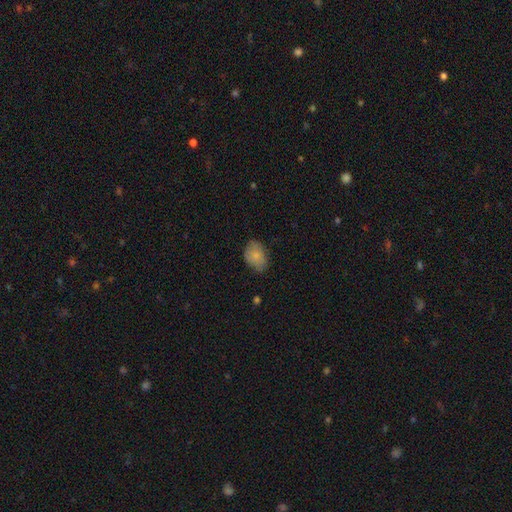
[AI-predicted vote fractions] This is likely a smooth galaxy (78%). How rounded: likely in between (79%). Merging: likely none (67%).